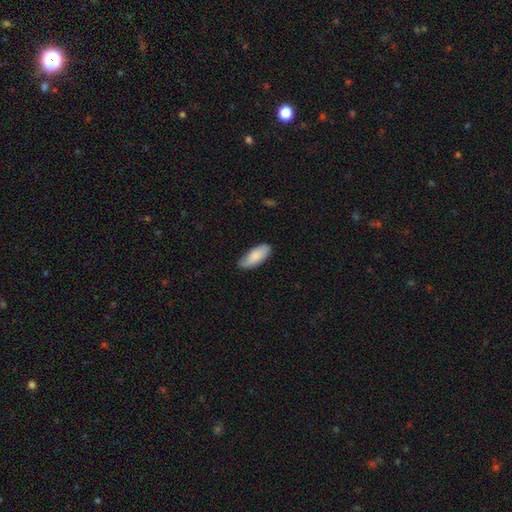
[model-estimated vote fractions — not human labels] A smooth galaxy with no disk features (83%) that is in between round and cigar-shaped (82%).

Vote fractions:
- Smooth or featured? smooth: 83% / featured or disk: 12% / star or artifact: 5%
- How rounded? in between: 82% / cigar-shaped: 16% / round: 2%
- Merging? none: 75% / minor disturbance: 20% / major disturbance: 3% / merger: 1%